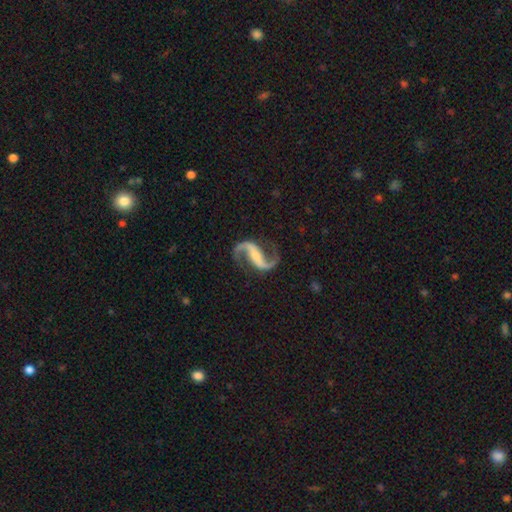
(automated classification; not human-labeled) Smooth or featured? featured or disk (93%)
Edge-on disk? no (98%)
Bar? strong (49%)
Spiral arms? yes (98%)
Spiral winding? loose (68%)
Spiral arm count? 2 (94%)
Bulge size? small (47%)
Merging? none (82%)